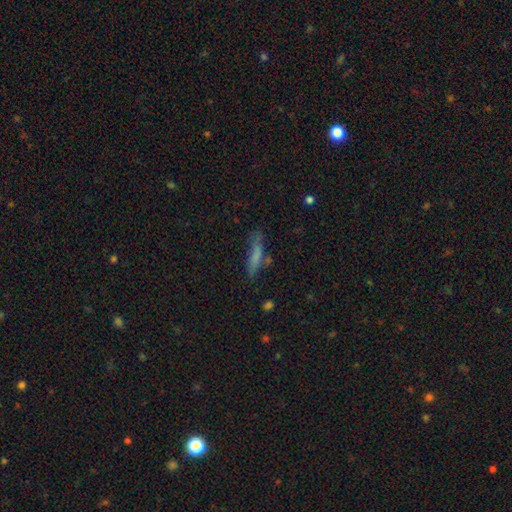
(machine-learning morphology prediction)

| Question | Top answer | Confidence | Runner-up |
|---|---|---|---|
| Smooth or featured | smooth | 70% | featured or disk (21%) |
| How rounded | cigar-shaped | 81% | in between (17%) |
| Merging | none | 61% | minor disturbance (24%) |